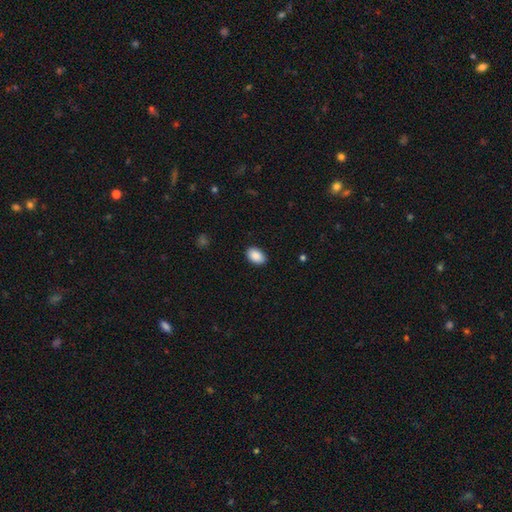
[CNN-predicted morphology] A smooth galaxy with no disk features (89%) that is in between round and cigar-shaped (90%). Merging: none (89%).